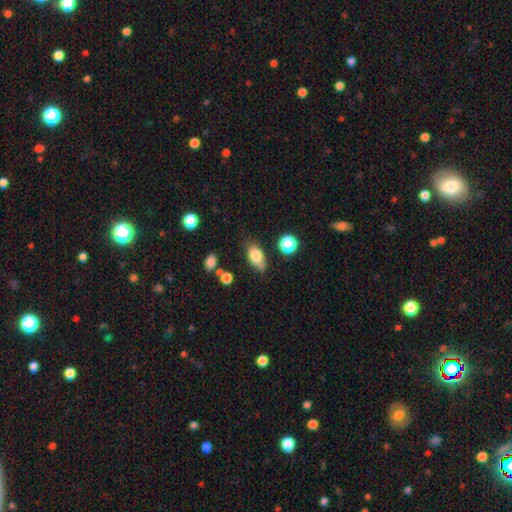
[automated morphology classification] Smooth or featured? smooth (77%)
How rounded? in between (84%)
Merging? none (64%)